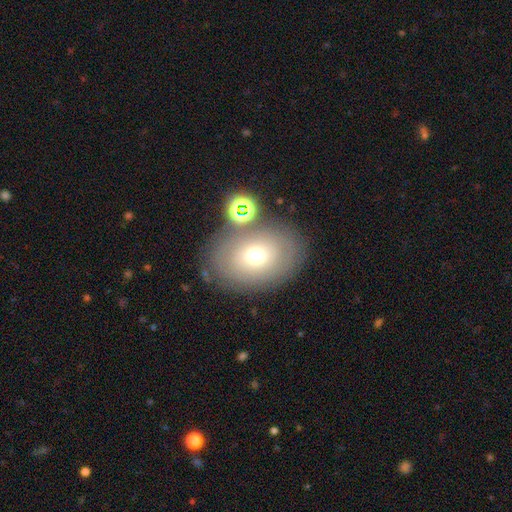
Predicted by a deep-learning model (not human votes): A smooth galaxy with no disk features (64%) that is in between round and cigar-shaped (69%).

Vote fractions:
- Smooth or featured? smooth: 64% / featured or disk: 22% / star or artifact: 14%
- How rounded? in between: 69% / round: 30% / cigar-shaped: 1%
- Merging? none: 69% / minor disturbance: 13% / merger: 11% / major disturbance: 7%